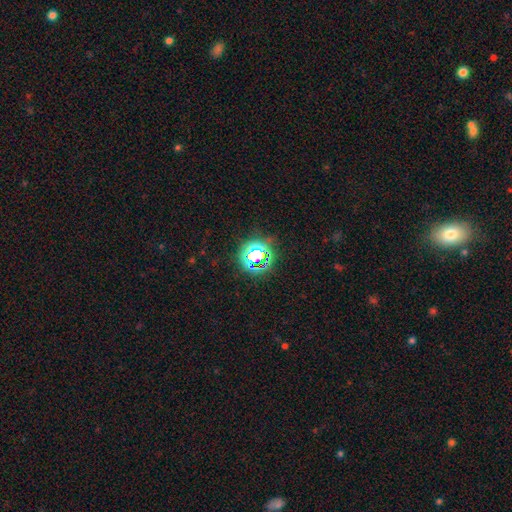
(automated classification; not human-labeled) Smooth or featured: star or artifact — 69% (smooth — 21%)